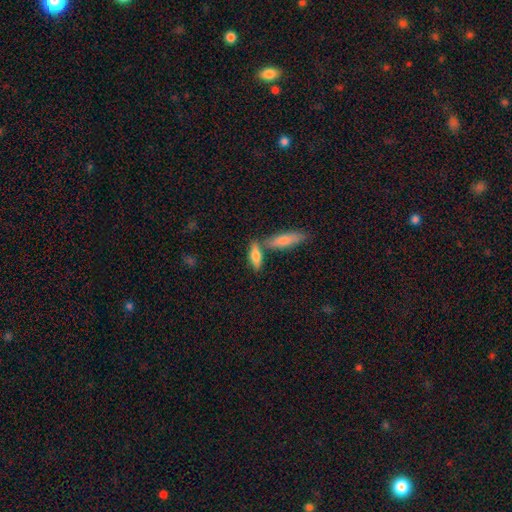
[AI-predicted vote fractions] Morphology: type=smooth (71%); roundness=in between (53%); merging=none (55%).